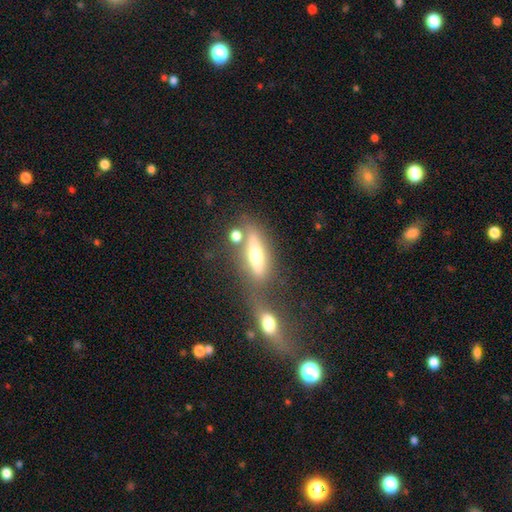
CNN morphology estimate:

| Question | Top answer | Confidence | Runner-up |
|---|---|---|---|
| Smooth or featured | featured or disk | 47% | smooth (42%) |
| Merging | none | 46% | merger (34%) |